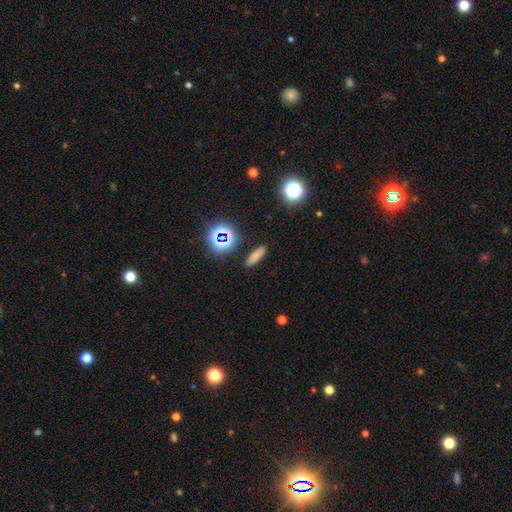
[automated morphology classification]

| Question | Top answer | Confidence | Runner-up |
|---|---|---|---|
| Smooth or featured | smooth | 72% | star or artifact (19%) |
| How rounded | cigar-shaped | 53% | in between (40%) |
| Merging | none | 88% | minor disturbance (8%) |